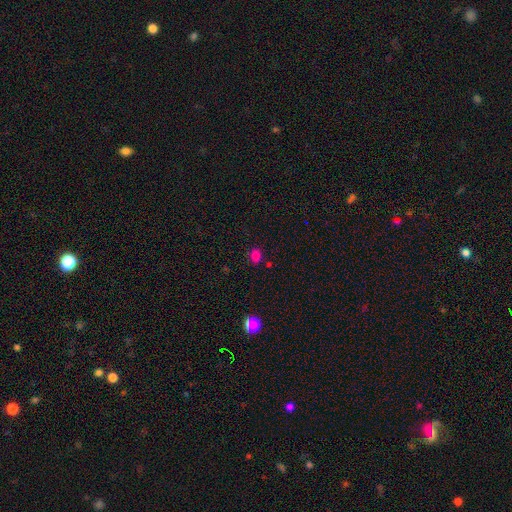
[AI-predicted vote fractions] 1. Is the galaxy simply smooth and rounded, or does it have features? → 77% smooth, 18% star or artifact, 5% featured or disk.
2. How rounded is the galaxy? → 58% in between, 40% round, 1% cigar-shaped.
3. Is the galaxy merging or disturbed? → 80% none, 13% minor disturbance, 4% merger, 3% major disturbance.